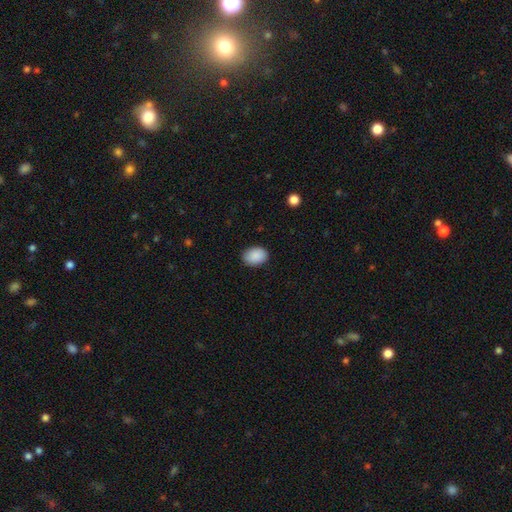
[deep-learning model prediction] smooth 90%, star or artifact 7%, featured or disk 3%. Down the decision tree: how rounded — in between (78%); merging — none (87%).